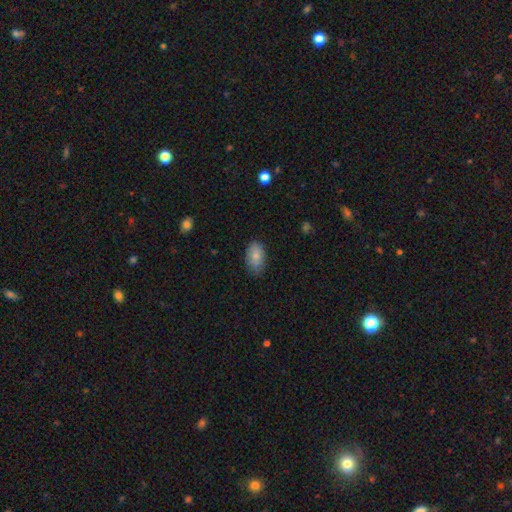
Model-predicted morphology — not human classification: type=smooth (83%); roundness=in between (93%); merging=none (79%).